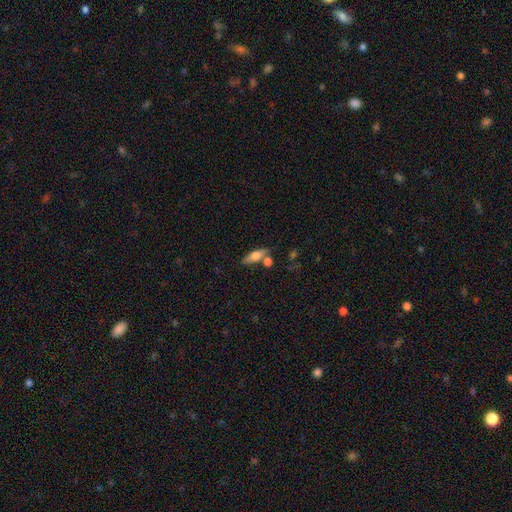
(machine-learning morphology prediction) Smooth or featured: smooth — 61% (featured or disk — 31%)
How rounded: in between — 54% (cigar-shaped — 42%)
Merging: none — 67% (merger — 15%)